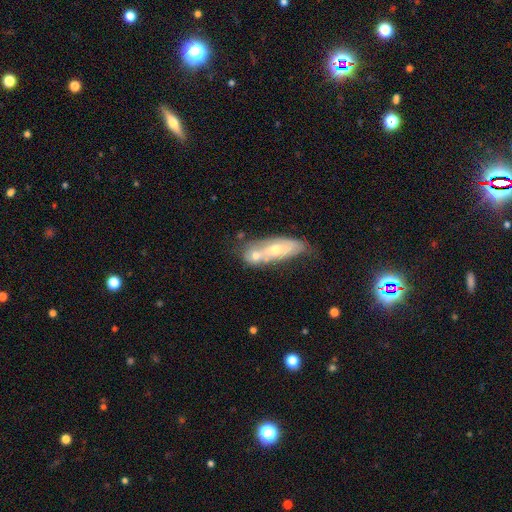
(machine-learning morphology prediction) type=featured or disk (47%, tied with smooth); merging=merger (47%).